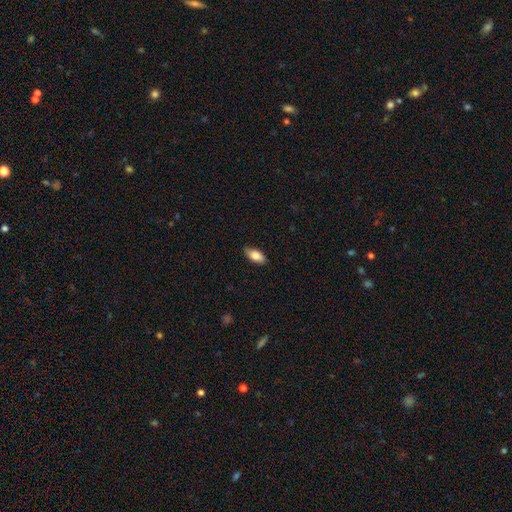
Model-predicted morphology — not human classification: The model was most divided on "merging": none: 82%, minor disturbance: 15%, major disturbance: 2%, merger: 1%. More confident: how rounded — in between (89%); smooth or featured — smooth (84%).